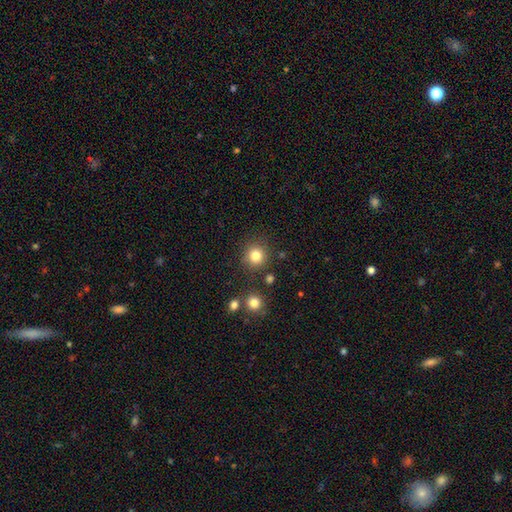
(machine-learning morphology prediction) Smooth or featured?
  - smooth: 82% *
  - star or artifact: 12%
  - featured or disk: 6%
How rounded?
  - round: 92% *
  - in between: 7%
  - cigar-shaped: 1%
Merging?
  - none: 85% *
  - minor disturbance: 8%
  - merger: 4%
  - major disturbance: 3%